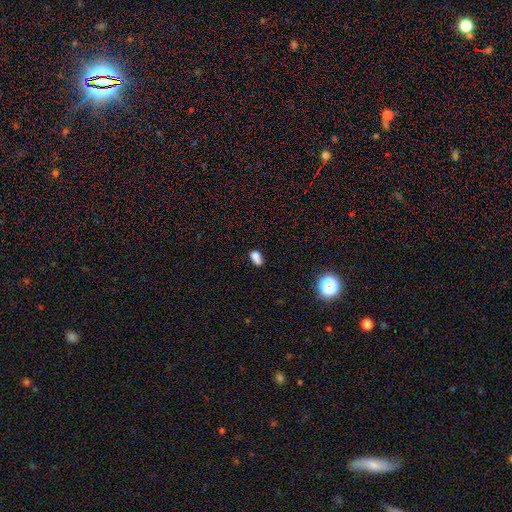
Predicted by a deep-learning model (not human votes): Smooth or featured: smooth — 77% (star or artifact — 13%)
How rounded: in between — 84% (round — 13%)
Merging: none — 47% (minor disturbance — 28%)